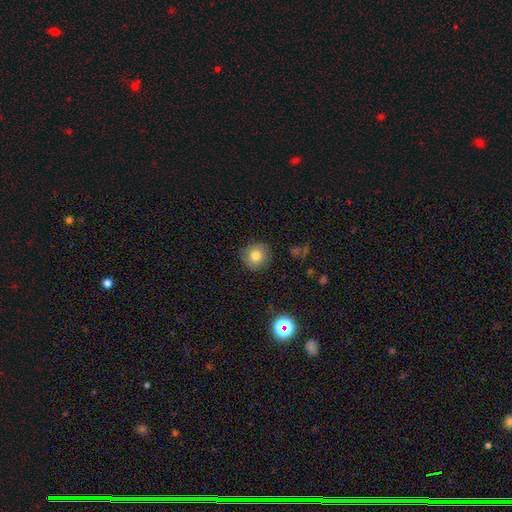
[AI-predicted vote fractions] Smooth or featured?
  - smooth: 78% *
  - star or artifact: 12%
  - featured or disk: 10%
How rounded?
  - round: 91% *
  - in between: 8%
  - cigar-shaped: 1%
Merging?
  - none: 87% *
  - minor disturbance: 10%
  - major disturbance: 2%
  - merger: 1%